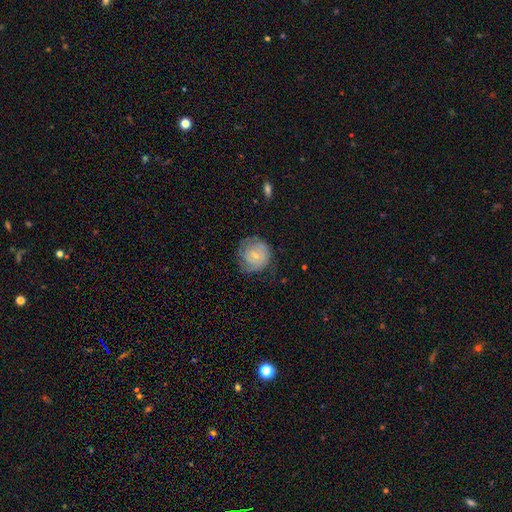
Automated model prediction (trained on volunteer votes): Smooth or featured? Predicted: featured or disk (p=0.51). Edge-on disk? Predicted: no (p=0.97). Merging? Predicted: none (p=0.65).